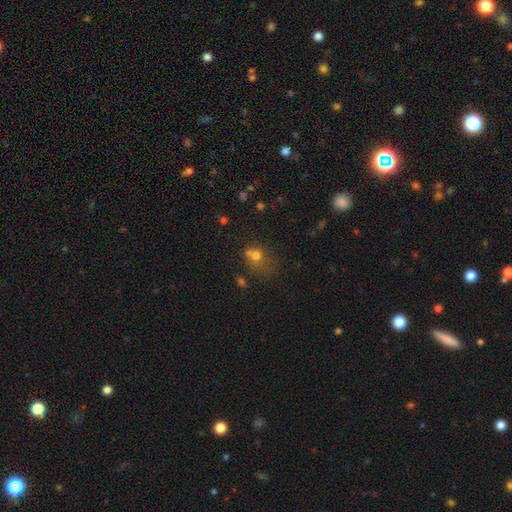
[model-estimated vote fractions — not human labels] A smooth galaxy with no disk features (67%) that is round (64%).

Vote fractions:
- Smooth or featured? smooth: 67% / featured or disk: 16% / star or artifact: 16%
- How rounded? round: 64% / in between: 35% / cigar-shaped: 1%
- Merging? merger: 36% / none: 35% / minor disturbance: 16% / major disturbance: 13%